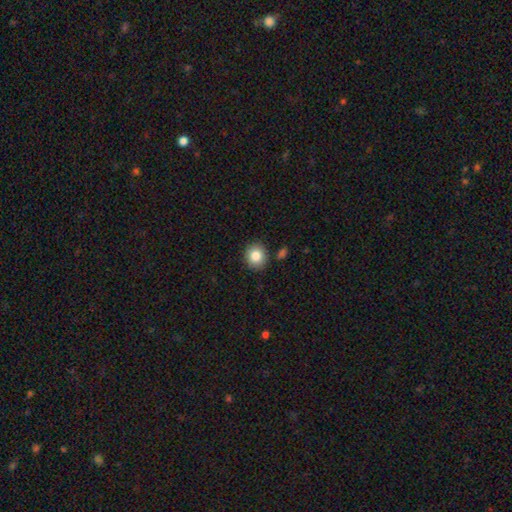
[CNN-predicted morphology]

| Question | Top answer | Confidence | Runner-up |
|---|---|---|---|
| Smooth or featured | smooth | 84% | star or artifact (9%) |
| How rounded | round | 77% | in between (22%) |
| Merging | none | 86% | minor disturbance (8%) |